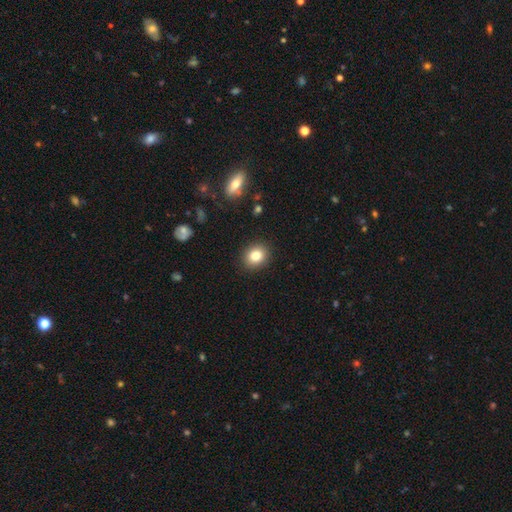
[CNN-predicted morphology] This appears to be a smooth galaxy with no disk features (83%) that is round (64%). Merging: none (89%).